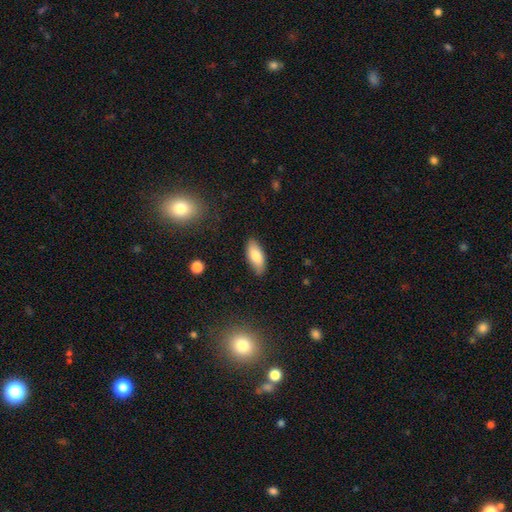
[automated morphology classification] Overall: smooth (81%). How rounded: in between (84%). Merging: none (84%).